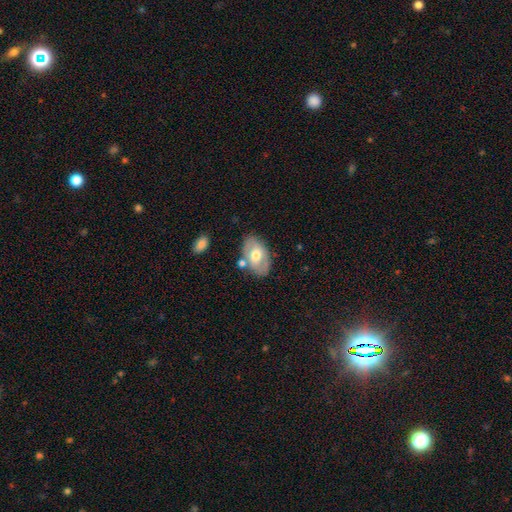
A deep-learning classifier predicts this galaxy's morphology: The model was most divided on "smooth or featured": smooth: 49%, featured or disk: 45%, star or artifact: 6%. More confident: merging — none (71%).